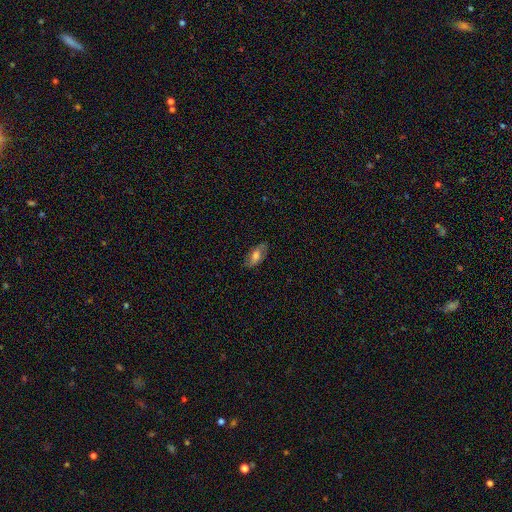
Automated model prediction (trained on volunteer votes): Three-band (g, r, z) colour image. It shows a smooth galaxy with no disk features (61%) that is in between round and cigar-shaped (89%). Merging: none (80%).